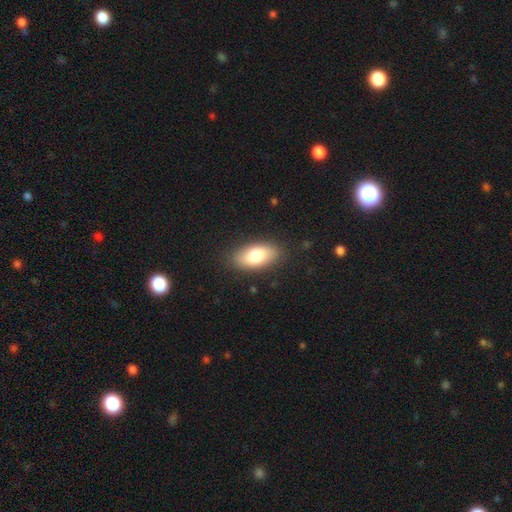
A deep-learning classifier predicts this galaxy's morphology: This appears to be a smooth galaxy with no disk features (80%) that is in between round and cigar-shaped (91%). Merging: none (86%).